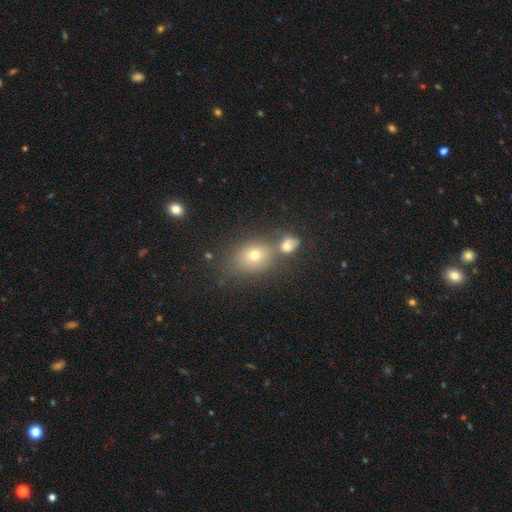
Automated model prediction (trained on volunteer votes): The model was most divided on "how rounded": in between: 53%, round: 45%, cigar-shaped: 2%. More confident: smooth or featured — smooth (64%); merging — none (53%).